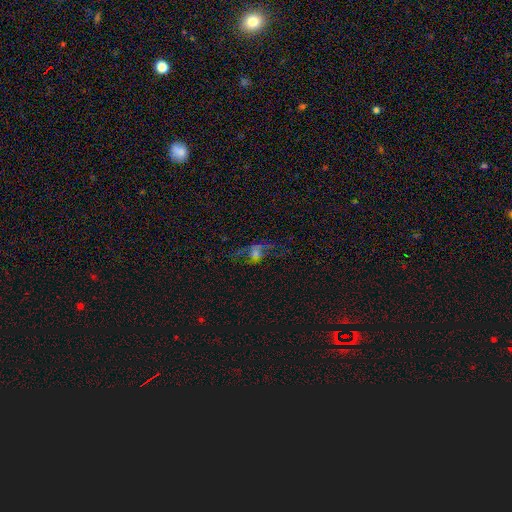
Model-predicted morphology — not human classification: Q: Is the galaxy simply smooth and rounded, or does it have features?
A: featured or disk — 49%.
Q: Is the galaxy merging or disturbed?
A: none — 51%.